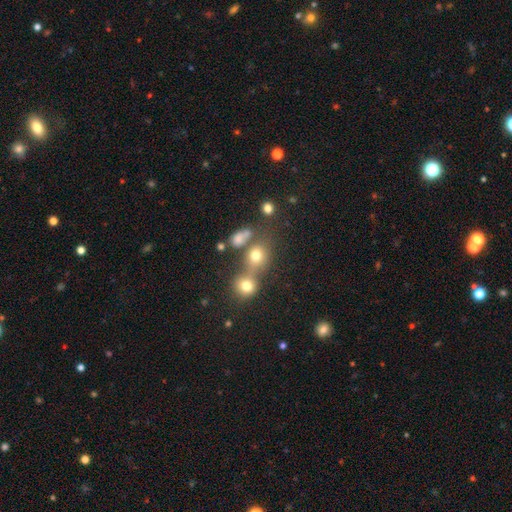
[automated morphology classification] Smooth or featured: smooth — 71% (star or artifact — 17%)
How rounded: round — 69% (in between — 29%)
Merging: none — 44% (merger — 40%)